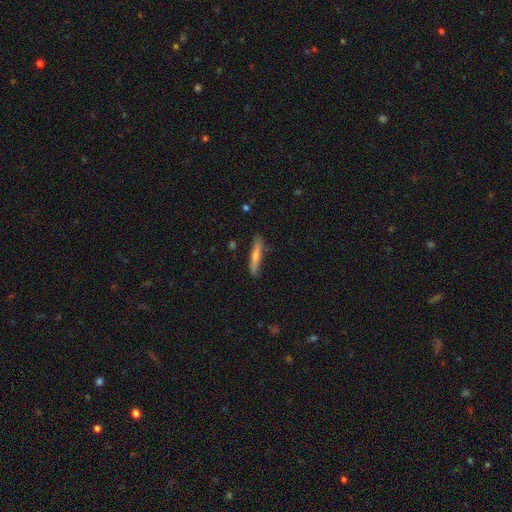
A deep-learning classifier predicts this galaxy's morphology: Overall: smooth (62%; featured or disk 32%). How rounded: cigar-shaped (92%). Merging: none (84%).